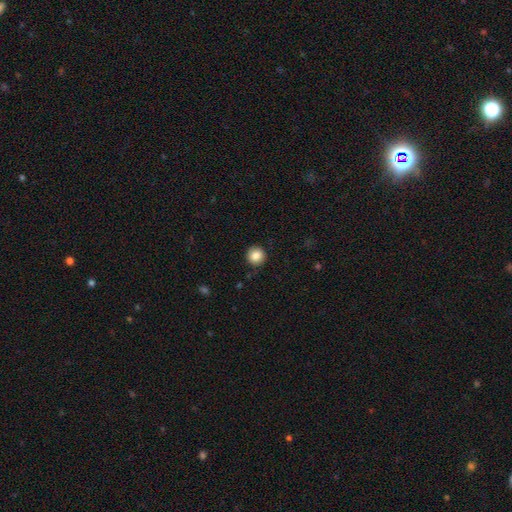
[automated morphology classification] This is clearly a smooth galaxy (86%). How rounded: clearly round (94%). Merging: clearly none (90%).